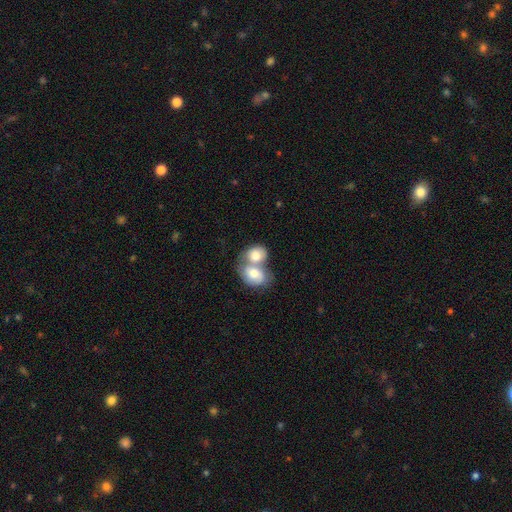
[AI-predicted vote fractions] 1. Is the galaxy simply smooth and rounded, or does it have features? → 70% smooth, 23% featured or disk, 6% star or artifact.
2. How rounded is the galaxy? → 61% in between, 37% round, 1% cigar-shaped.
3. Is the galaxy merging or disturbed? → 75% merger, 15% none, 6% minor disturbance, 4% major disturbance.